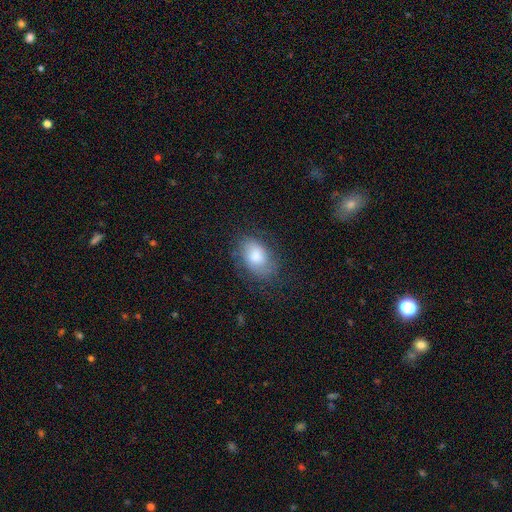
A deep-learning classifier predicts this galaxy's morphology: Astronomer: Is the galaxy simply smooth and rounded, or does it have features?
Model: smooth — 70%.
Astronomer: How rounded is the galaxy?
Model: in between — 85%.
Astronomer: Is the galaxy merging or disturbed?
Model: none — 68%.